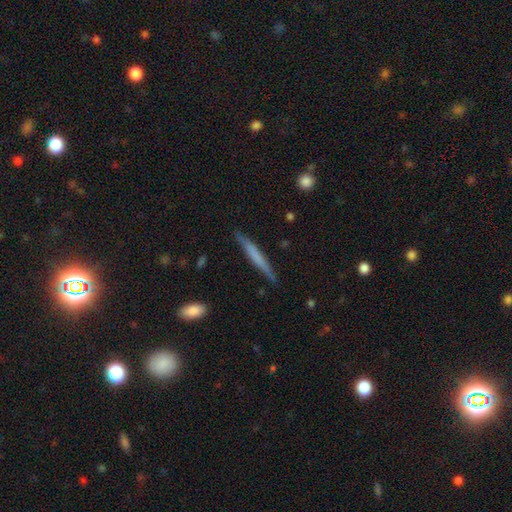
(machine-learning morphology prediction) smooth 56%, featured or disk 39%, star or artifact 5%. Down the decision tree: how rounded — cigar-shaped (96%); merging — none (88%).